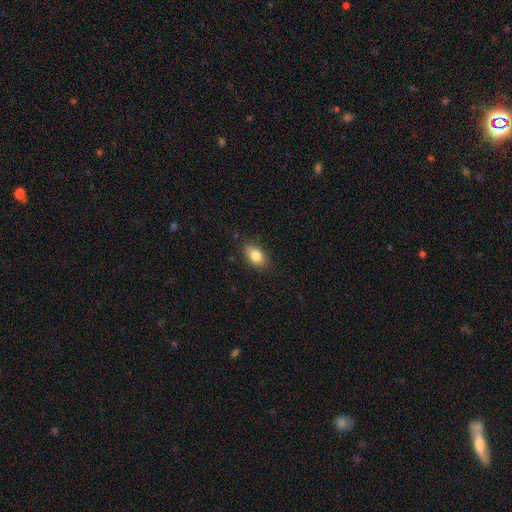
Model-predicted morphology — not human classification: smooth_or_featured: smooth (p=0.82) [alt: featured or disk p=0.09]
how_rounded: in between (p=0.87) [alt: round p=0.10]
merging: none (p=0.83) [alt: minor disturbance p=0.13]